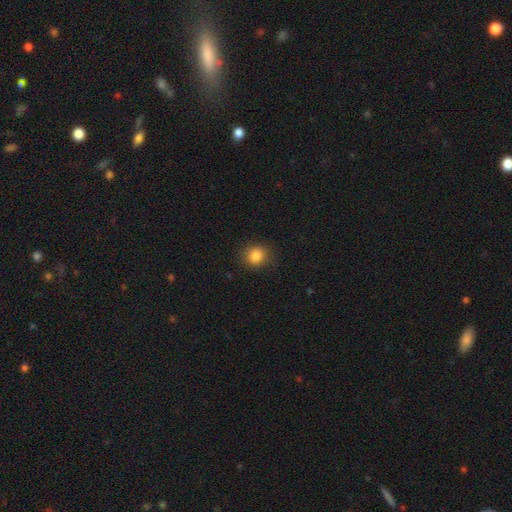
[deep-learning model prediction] A smooth galaxy with no disk features (85%) that is round (80%).

Vote fractions:
- Smooth or featured? smooth: 85% / star or artifact: 11% / featured or disk: 5%
- How rounded? round: 80% / in between: 19% / cigar-shaped: 1%
- Merging? none: 83% / minor disturbance: 12% / major disturbance: 4% / merger: 1%